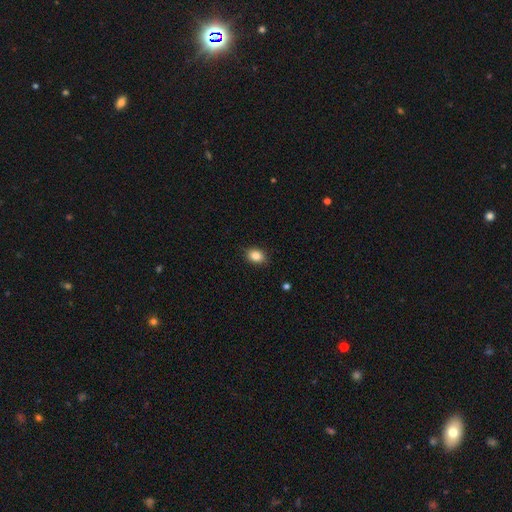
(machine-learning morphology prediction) Smooth or featured?
  - smooth: 85% *
  - star or artifact: 9%
  - featured or disk: 6%
How rounded?
  - in between: 67% *
  - round: 31%
  - cigar-shaped: 1%
Merging?
  - none: 86% *
  - minor disturbance: 10%
  - major disturbance: 2%
  - merger: 1%